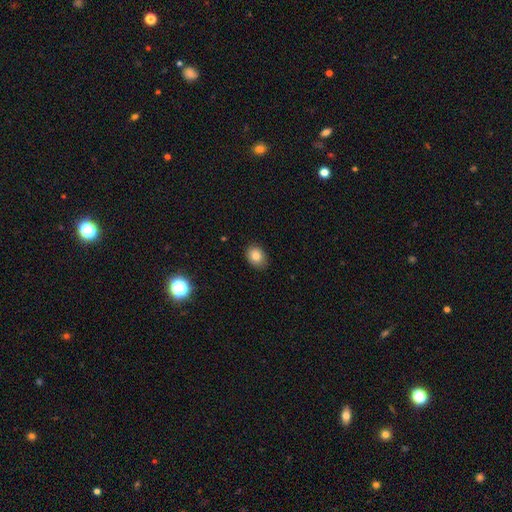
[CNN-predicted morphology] Smooth or featured? Predicted: smooth (p=0.83). How rounded? Predicted: in between (p=0.62). Merging? Predicted: none (p=0.86).